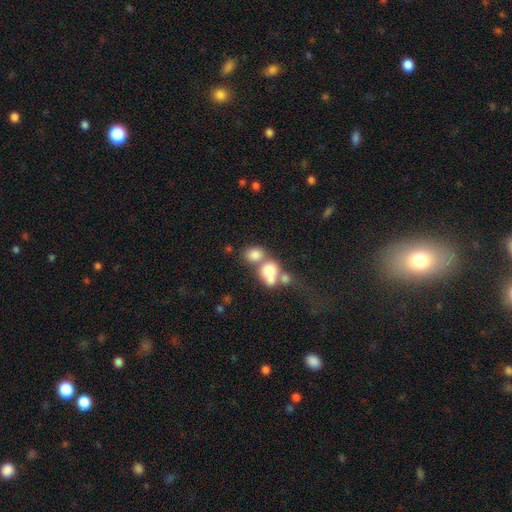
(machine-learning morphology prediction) The model was most divided on "how rounded": in between: 53%, round: 45%, cigar-shaped: 2%. More confident: smooth or featured — smooth (68%); merging — merger (62%).